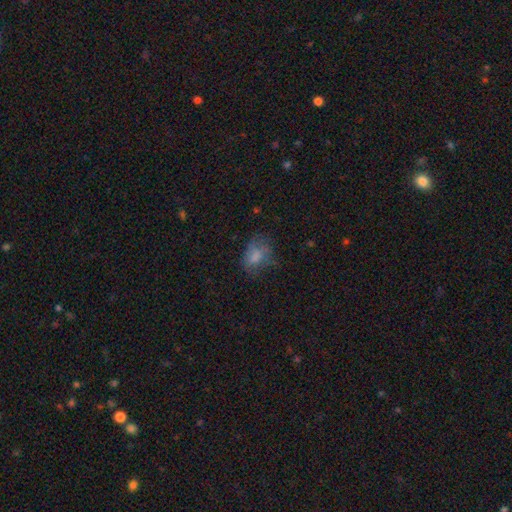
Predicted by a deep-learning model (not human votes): This appears to be a smooth galaxy with no disk features (67%) that is in between round and cigar-shaped (76%). Merging: none (45%).